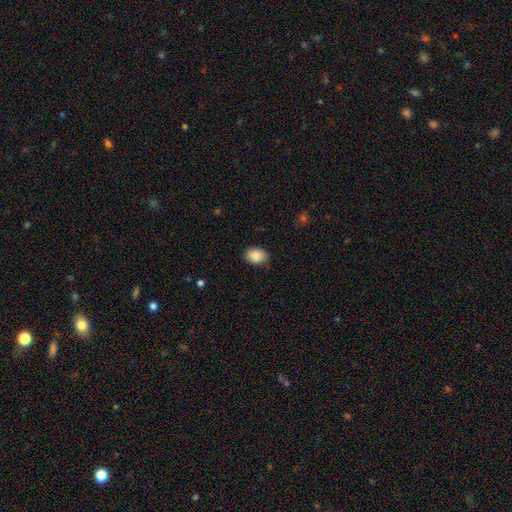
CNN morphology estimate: Smooth or featured: smooth — 89% (star or artifact — 7%)
How rounded: in between — 75% (round — 24%)
Merging: none — 83% (minor disturbance — 13%)